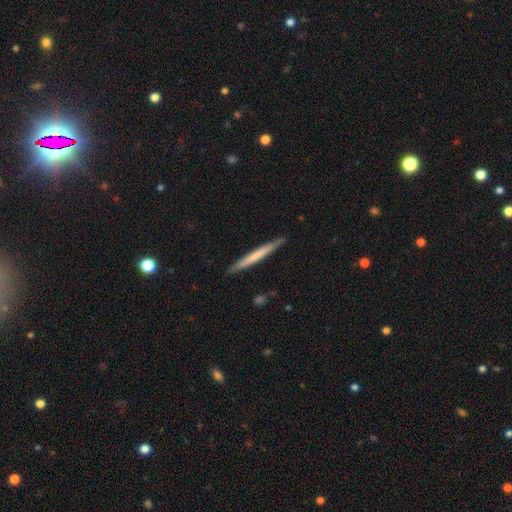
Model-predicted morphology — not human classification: The model was most divided on "smooth or featured": smooth: 57%, featured or disk: 38%, star or artifact: 5%. More confident: how rounded — cigar-shaped (97%); merging — none (89%).